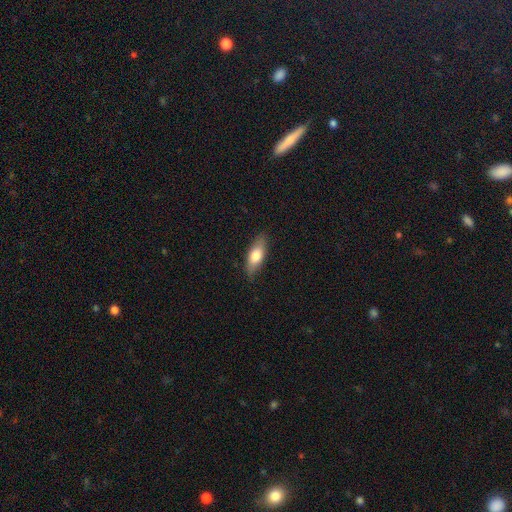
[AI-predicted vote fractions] Smooth or featured: smooth — 74% (featured or disk — 20%)
How rounded: in between — 73% (cigar-shaped — 24%)
Merging: none — 84% (minor disturbance — 13%)